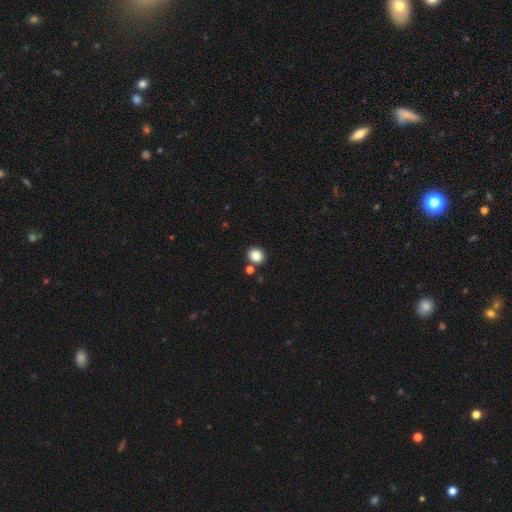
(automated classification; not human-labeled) Overall: smooth (84%). How rounded: round (74%). Merging: none (82%).